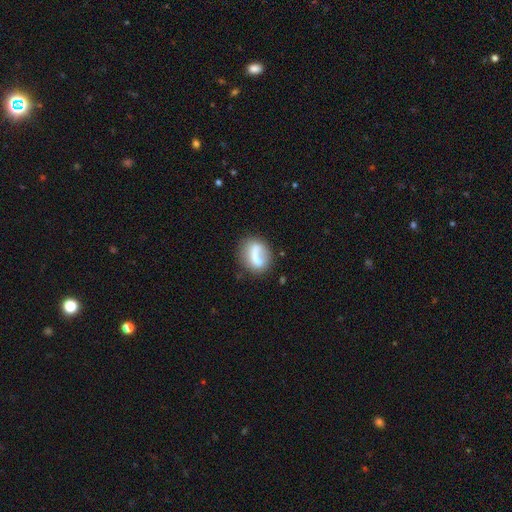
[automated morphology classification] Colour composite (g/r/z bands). It shows a smooth galaxy with no disk features (54%) that is in between round and cigar-shaped (50%). Merging: none (52%).